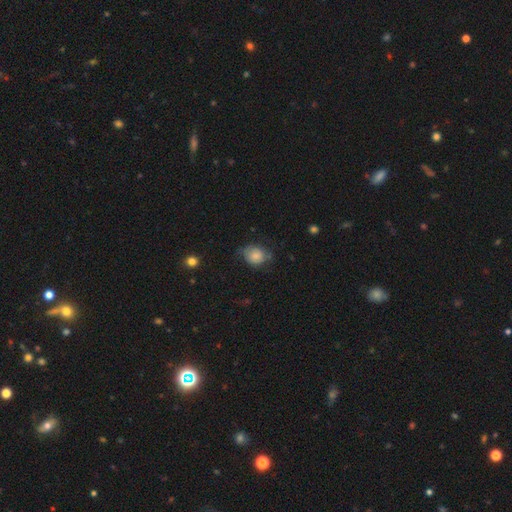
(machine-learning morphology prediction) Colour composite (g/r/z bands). It shows a smooth galaxy with no disk features (78%) that is round (65%). Merging: none (54%).